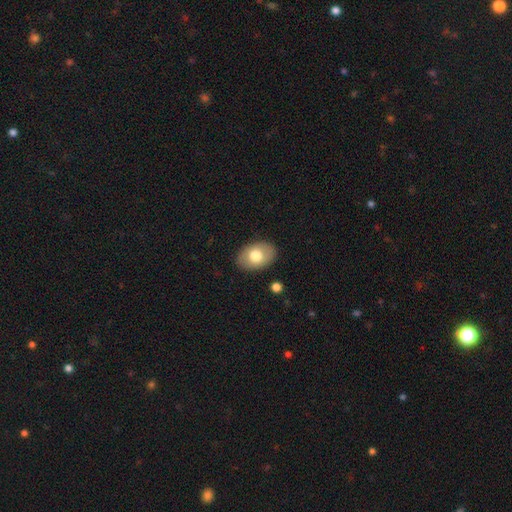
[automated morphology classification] smooth-or-featured: smooth: 73% | featured or disk: 20% | star or artifact: 7%
  how-rounded: in between: 86% | round: 13% | cigar-shaped: 1%
  merging: none: 87% | minor disturbance: 9% | major disturbance: 2% | merger: 1%